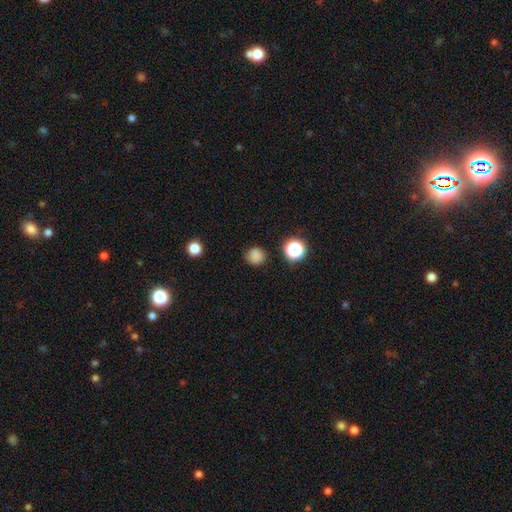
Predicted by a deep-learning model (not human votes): This is likely a smooth galaxy (80%). How rounded: clearly round (87%). Merging: clearly none (81%).